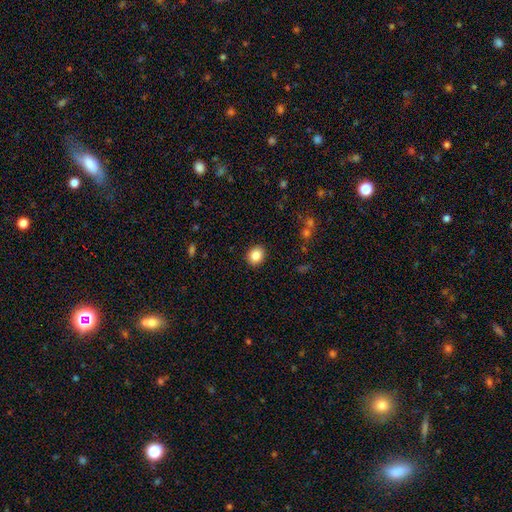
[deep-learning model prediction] Smooth or featured?
  - smooth: 84% *
  - star or artifact: 9%
  - featured or disk: 6%
How rounded?
  - round: 64% *
  - in between: 35%
  - cigar-shaped: 1%
Merging?
  - none: 91% *
  - minor disturbance: 6%
  - major disturbance: 2%
  - merger: 1%